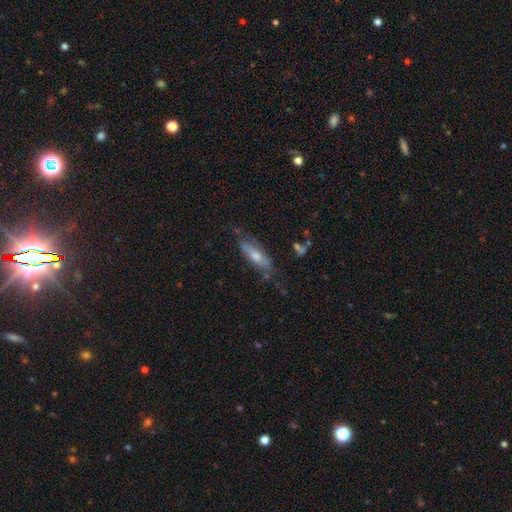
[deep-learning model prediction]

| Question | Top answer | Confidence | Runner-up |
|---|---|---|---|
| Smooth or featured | smooth | 47% | featured or disk (46%) |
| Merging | none | 60% | minor disturbance (26%) |